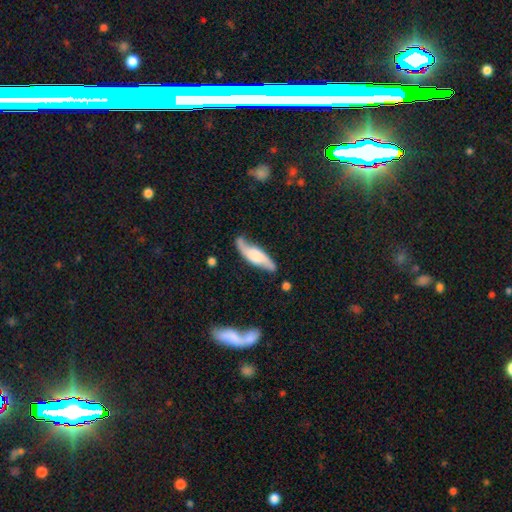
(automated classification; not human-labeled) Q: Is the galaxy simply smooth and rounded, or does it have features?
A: featured or disk — 67%.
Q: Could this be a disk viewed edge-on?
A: no — 71%.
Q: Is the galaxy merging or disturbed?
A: none — 70%.